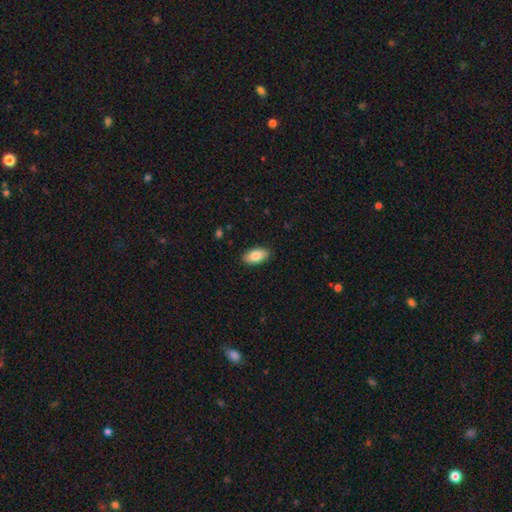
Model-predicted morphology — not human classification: A smooth galaxy with no disk features (84%) that is in between round and cigar-shaped (93%). Merging: none (89%).